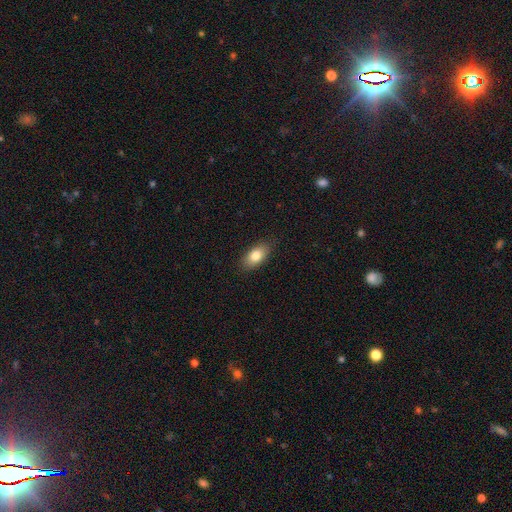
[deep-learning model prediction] Q: Smooth or featured?
A: smooth (81%); runner-up: featured or disk (12%)
Q: How rounded?
A: in between (89%); runner-up: round (6%)
Q: Merging?
A: none (86%); runner-up: minor disturbance (11%)